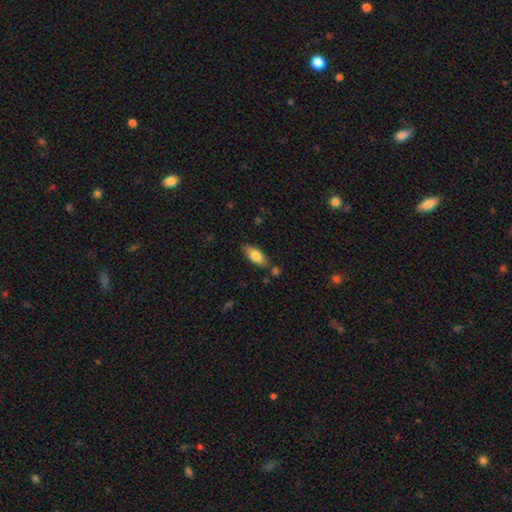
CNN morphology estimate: smooth 78%, featured or disk 16%, star or artifact 7%. Down the decision tree: how rounded — in between (85%); merging — none (73%).